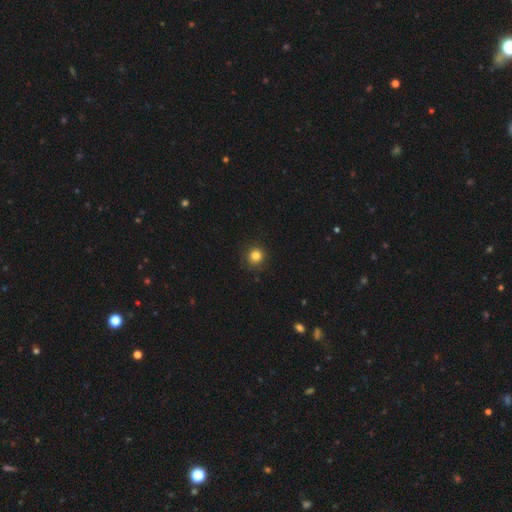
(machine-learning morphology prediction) This is clearly a smooth galaxy (83%). How rounded: clearly round (92%). Merging: clearly none (87%).